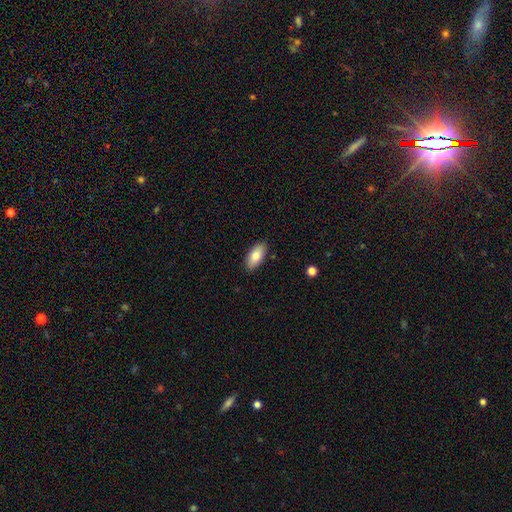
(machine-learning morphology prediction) Smooth or featured: smooth — 81% (featured or disk — 13%)
How rounded: in between — 90% (cigar-shaped — 7%)
Merging: none — 88% (minor disturbance — 9%)